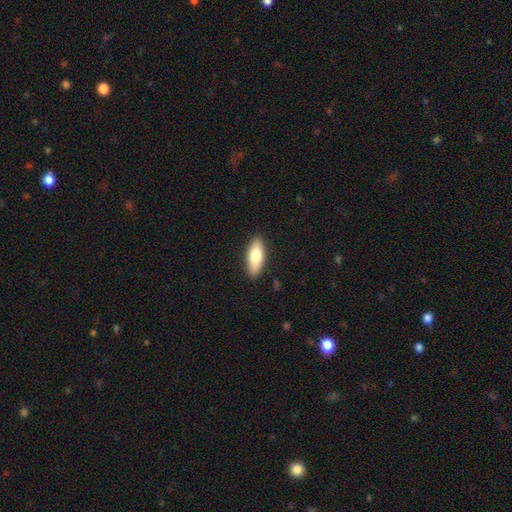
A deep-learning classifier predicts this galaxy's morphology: smooth 75%, featured or disk 20%, star or artifact 6%. Down the decision tree: how rounded — in between (71%); merging — none (89%).